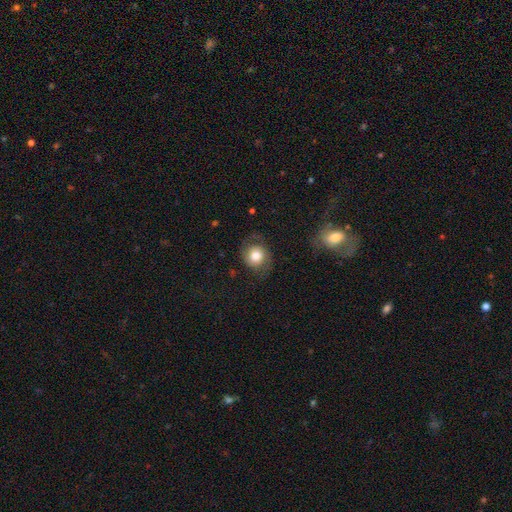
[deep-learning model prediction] A smooth galaxy with no disk features (67%) that is round (78%).

Vote fractions:
- Smooth or featured? smooth: 67% / featured or disk: 24% / star or artifact: 9%
- How rounded? round: 78% / in between: 21% / cigar-shaped: 1%
- Merging? none: 70% / minor disturbance: 19% / major disturbance: 10% / merger: 1%